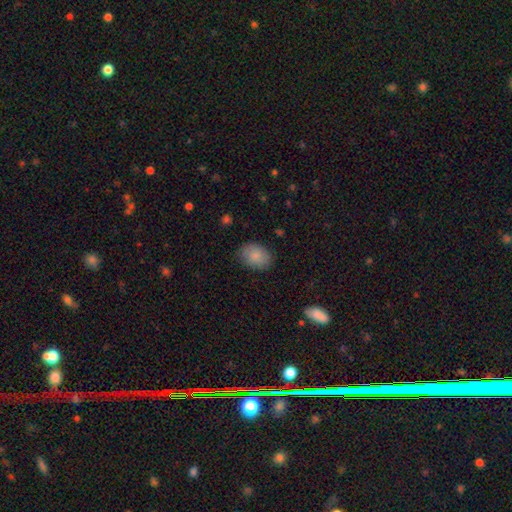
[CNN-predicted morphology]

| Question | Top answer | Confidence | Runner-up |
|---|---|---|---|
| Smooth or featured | smooth | 83% | featured or disk (11%) |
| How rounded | in between | 72% | round (27%) |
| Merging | none | 83% | minor disturbance (13%) |